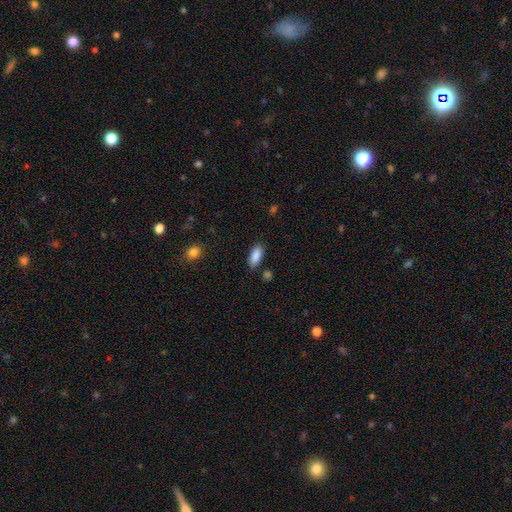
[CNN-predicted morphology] Overall: smooth (89%). How rounded: in between (85%). Merging: none (84%).